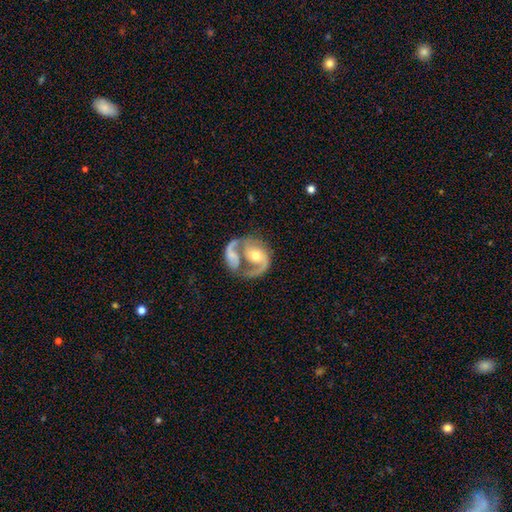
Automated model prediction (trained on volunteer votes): Smooth or featured? Predicted: featured or disk (p=0.81). Edge-on disk? Predicted: no (p=0.98). Bar? Predicted: no (p=0.61). Spiral arms? Predicted: yes (p=0.88). Spiral winding? Predicted: medium (p=0.46). Spiral arm count? Predicted: 2 (p=0.65). Bulge size? Predicted: moderate (p=0.65). Merging? Predicted: merger (p=0.51).